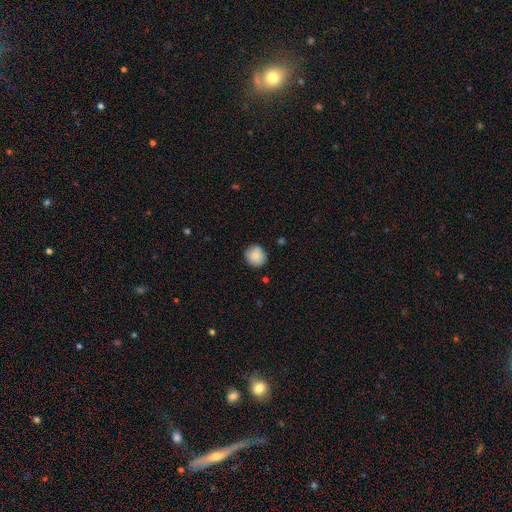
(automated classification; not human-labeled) Overall: smooth (81%). How rounded: round (89%). Merging: none (85%).